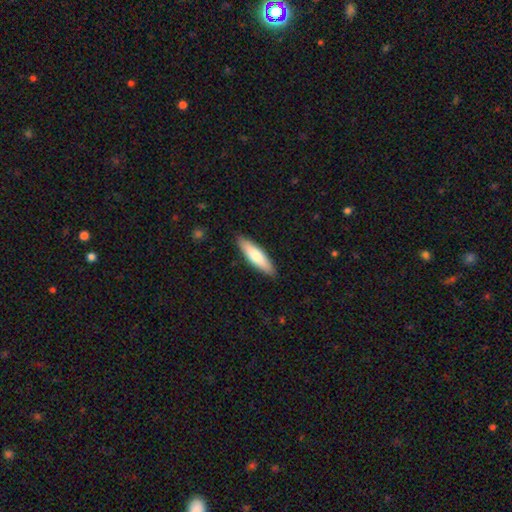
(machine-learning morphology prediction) smooth 69%, featured or disk 26%, star or artifact 5%. Down the decision tree: how rounded — cigar-shaped (68%); merging — none (89%).